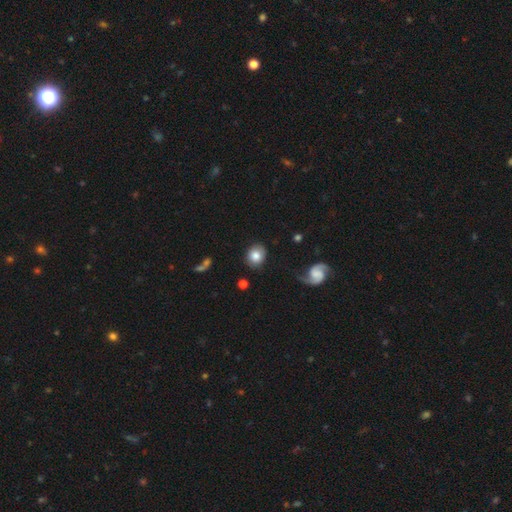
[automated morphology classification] The model was most divided on "how rounded": round: 70%, in between: 29%, cigar-shaped: 1%. More confident: merging — none (83%); smooth or featured — smooth (77%).